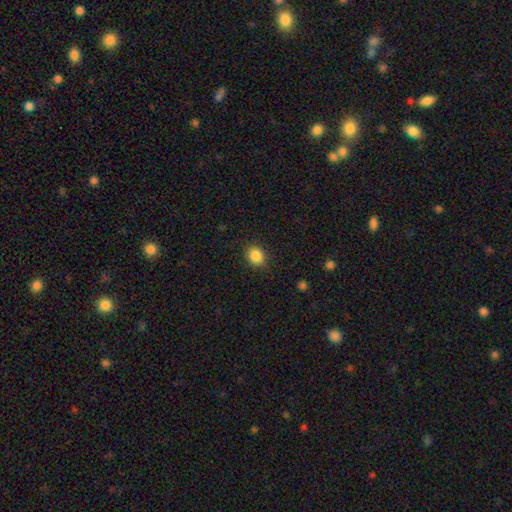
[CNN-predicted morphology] A smooth galaxy with no disk features (86%) that is round (60%). Merging: none (88%).